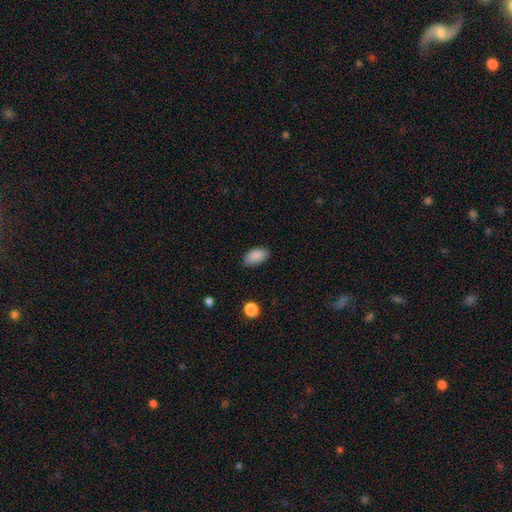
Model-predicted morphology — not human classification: A smooth galaxy with no disk features (89%) that is in between round and cigar-shaped (94%). Merging: none (84%).